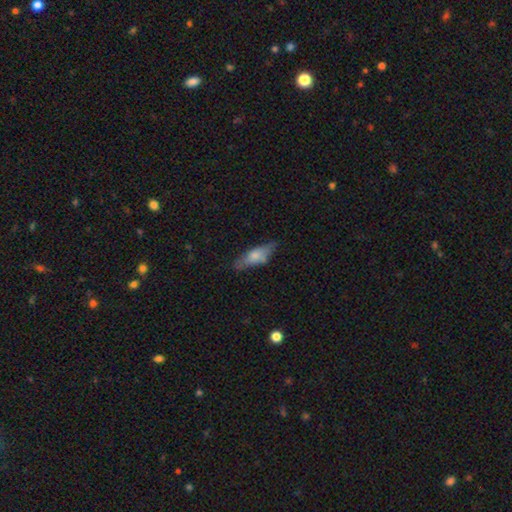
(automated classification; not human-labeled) A smooth galaxy with no disk features (66%) that is in between round and cigar-shaped (60%).

Vote fractions:
- Smooth or featured? smooth: 66% / featured or disk: 28% / star or artifact: 6%
- How rounded? in between: 60% / cigar-shaped: 37% / round: 2%
- Merging? none: 63% / minor disturbance: 27% / major disturbance: 7% / merger: 3%